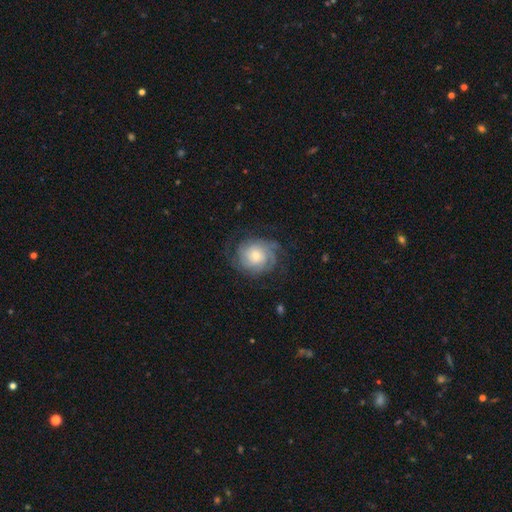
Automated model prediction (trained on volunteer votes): This is likely a featured or disk galaxy (74%). It is clearly not viewed edge-on (97%). Bar: likely no (72%). Spiral arm pattern: clearly yes (94%). Spiral arm count: marginally can't tell (35%). Spiral winding: likely tight (65%). Central bulge: marginally small (45%). Merging: likely none (70%).